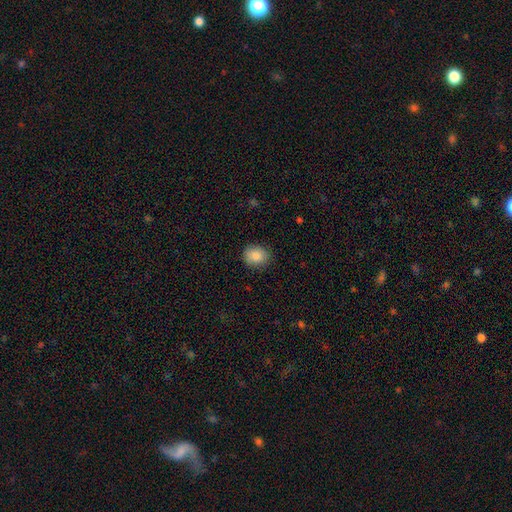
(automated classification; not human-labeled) A smooth galaxy with no disk features (87%) that is round (64%).

Vote fractions:
- Smooth or featured? smooth: 87% / star or artifact: 8% / featured or disk: 6%
- How rounded? round: 64% / in between: 35% / cigar-shaped: 1%
- Merging? none: 85% / minor disturbance: 11% / major disturbance: 3% / merger: 1%